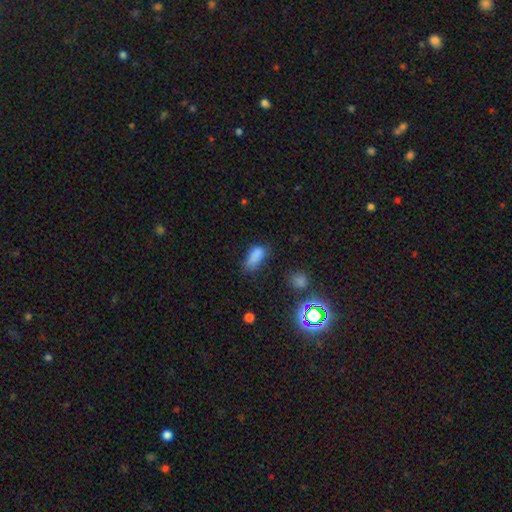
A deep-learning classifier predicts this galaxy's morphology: The model was most divided on "merging": none: 50%, minor disturbance: 32%, major disturbance: 14%, merger: 4%. More confident: how rounded — in between (83%); smooth or featured — smooth (79%).